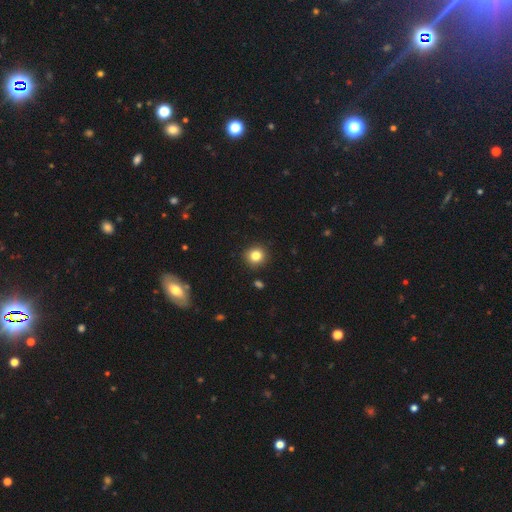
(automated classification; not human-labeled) Morphology: type=smooth (82%); roundness=round (91%); merging=none (91%).